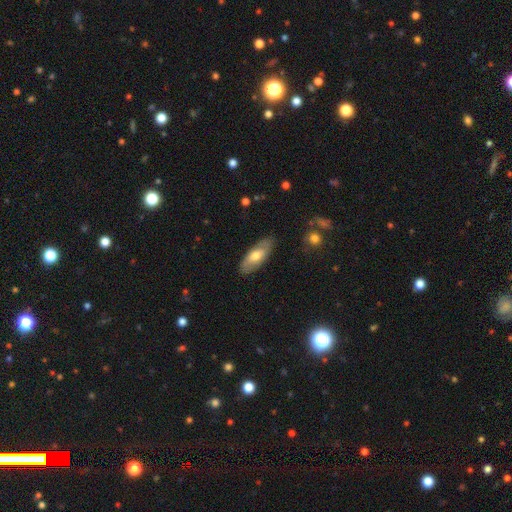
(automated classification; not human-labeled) This is possibly a smooth galaxy (58%). How rounded: likely in between (78%). Merging: clearly none (84%).